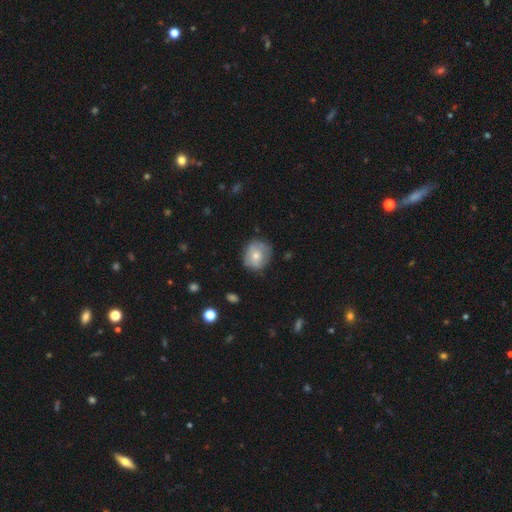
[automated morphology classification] This appears to be a smooth galaxy with no disk features (63%) that is round (80%). Merging: none (72%).